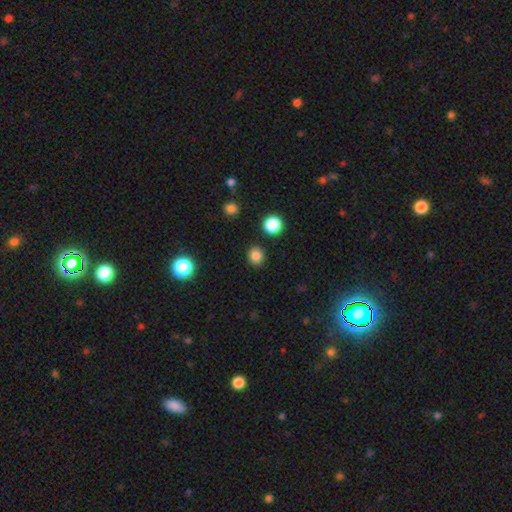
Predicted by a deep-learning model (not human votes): Smooth or featured?
  - smooth: 83% *
  - star or artifact: 13%
  - featured or disk: 4%
How rounded?
  - round: 84% *
  - in between: 15%
  - cigar-shaped: 1%
Merging?
  - none: 90% *
  - minor disturbance: 6%
  - merger: 2%
  - major disturbance: 2%